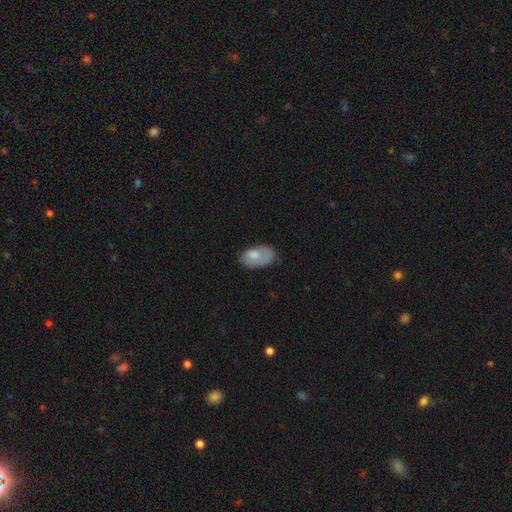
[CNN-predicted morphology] Overall: smooth (73%). How rounded: in between (93%). Merging: none (47%; minor disturbance 33%).